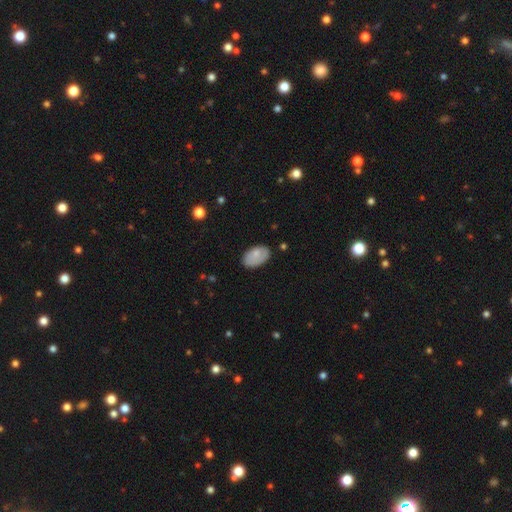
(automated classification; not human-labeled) Morphology: type=smooth (76%); roundness=in between (93%); merging=none (76%).